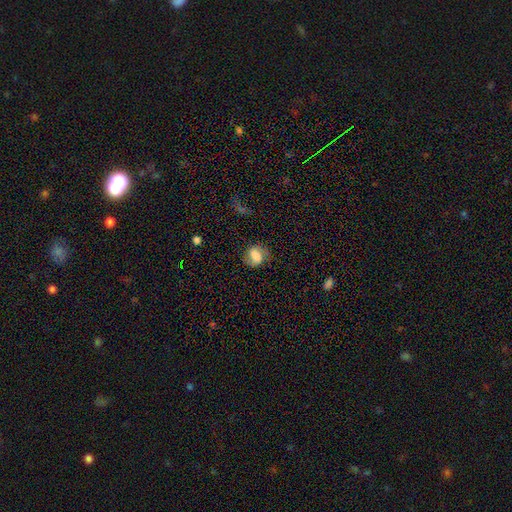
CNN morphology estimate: Smooth or featured: smooth — 53% (featured or disk — 37%)
How rounded: in between — 55% (round — 43%)
Merging: none — 67% (minor disturbance — 20%)